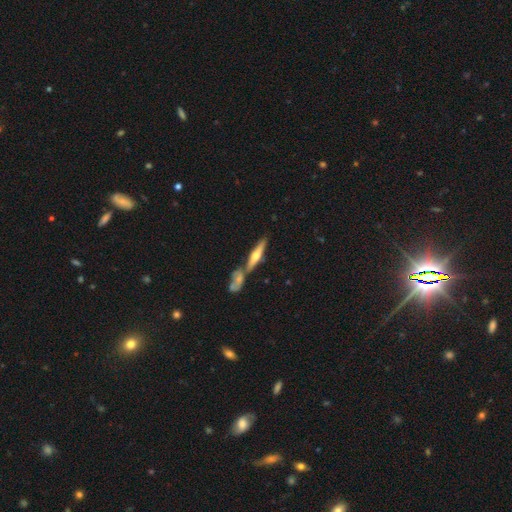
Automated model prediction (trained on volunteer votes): A featured or disk galaxy (64%) viewed edge-on (94%) with a rounded central bulge (90%). Merging: none (60%).